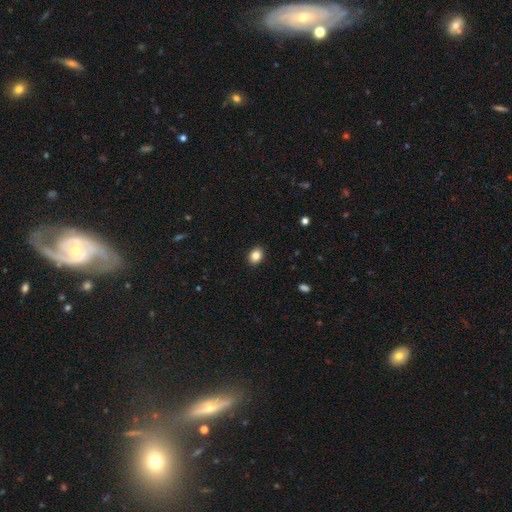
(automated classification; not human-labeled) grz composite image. It shows a smooth galaxy with no disk features (86%) that is in between round and cigar-shaped (58%). Merging: none (90%).